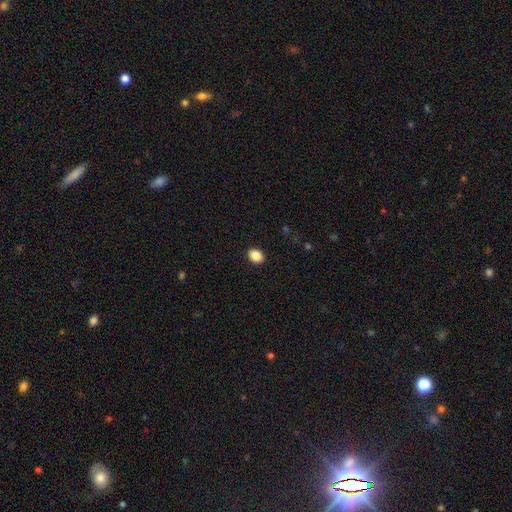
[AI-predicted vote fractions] Smooth or featured?
  - smooth: 87% *
  - star or artifact: 9%
  - featured or disk: 4%
How rounded?
  - in between: 51% *
  - round: 48%
  - cigar-shaped: 1%
Merging?
  - none: 91% *
  - minor disturbance: 6%
  - major disturbance: 2%
  - merger: 1%